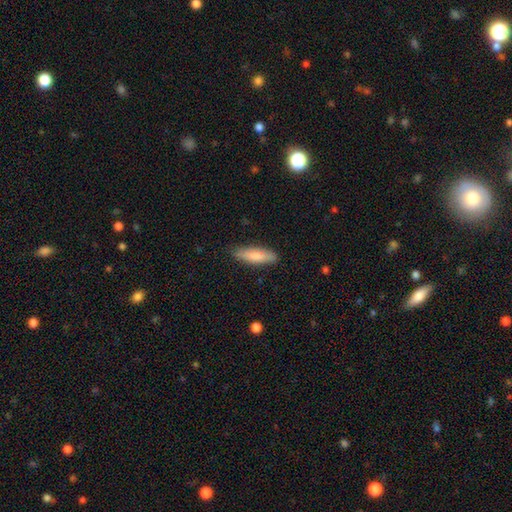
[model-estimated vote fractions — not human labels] This appears to be a smooth galaxy with no disk features (82%) that is cigar-shaped (62%). Merging: none (85%).